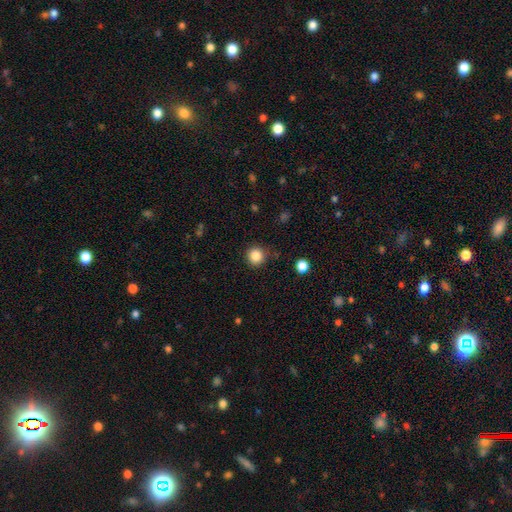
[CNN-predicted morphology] Q: Smooth or featured?
A: smooth (85%); runner-up: star or artifact (11%)
Q: How rounded?
A: round (94%); runner-up: in between (5%)
Q: Merging?
A: none (86%); runner-up: minor disturbance (9%)